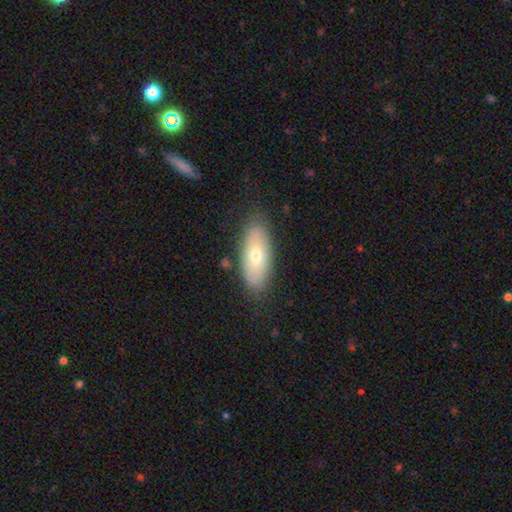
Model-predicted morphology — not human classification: This appears to be a smooth galaxy with no disk features (65%) that is in between round and cigar-shaped (85%). Merging: none (82%).